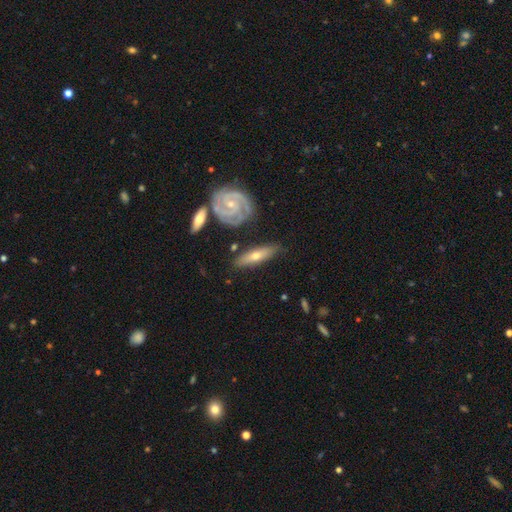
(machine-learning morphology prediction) smooth-or-featured: featured or disk: 66% | smooth: 29% | star or artifact: 6%
  disk-edge-on: no: 62% | yes: 38%
  merging: none: 75% | minor disturbance: 16% | merger: 6% | major disturbance: 4%